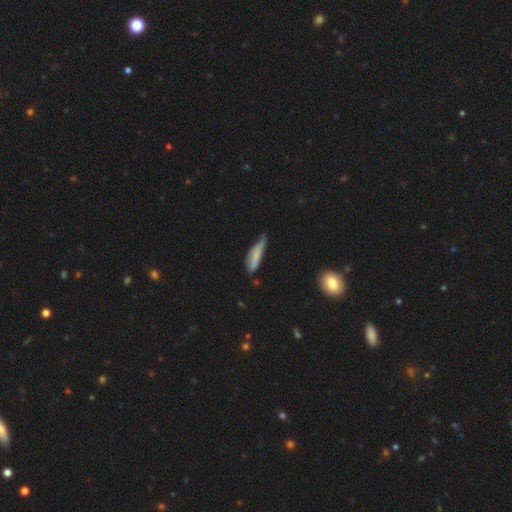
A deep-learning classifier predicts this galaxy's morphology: Overall: smooth (72%). How rounded: cigar-shaped (73%). Merging: minor disturbance (45%; none 39%).